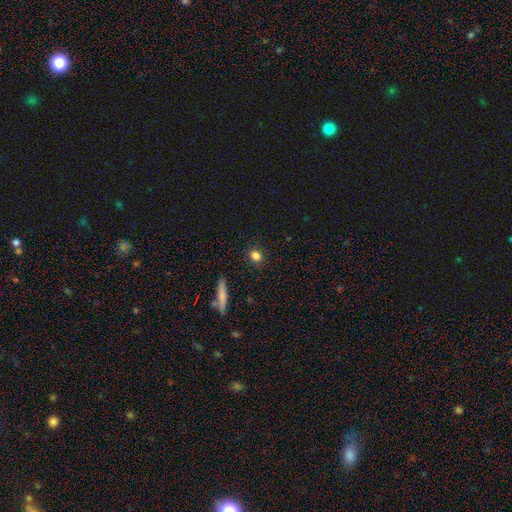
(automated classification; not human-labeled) Overall: smooth (82%). How rounded: round (56%; in between 39%). Merging: none (88%).